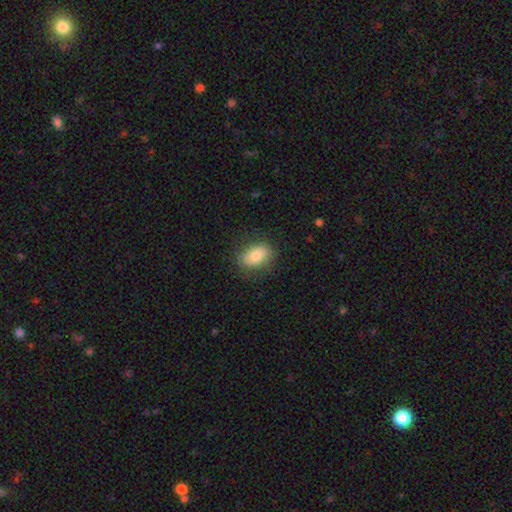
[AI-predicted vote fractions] smooth 76%, featured or disk 16%, star or artifact 8%. Down the decision tree: how rounded — in between (83%); merging — none (83%).